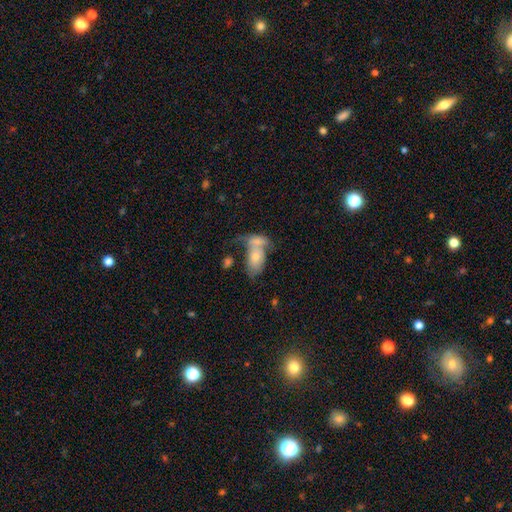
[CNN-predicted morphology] Smooth or featured: smooth — 65% (featured or disk — 28%)
How rounded: in between — 90% (round — 7%)
Merging: merger — 60% (none — 19%)